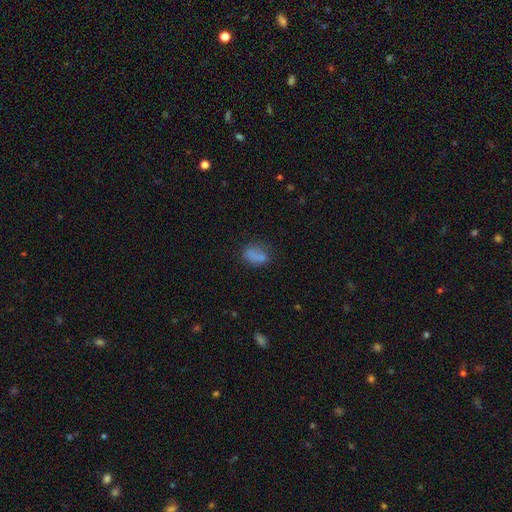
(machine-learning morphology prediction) smooth_or_featured: smooth (p=0.79) [alt: star or artifact p=0.11]
how_rounded: in between (p=0.85) [alt: round p=0.12]
merging: none (p=0.61) [alt: minor disturbance p=0.23]